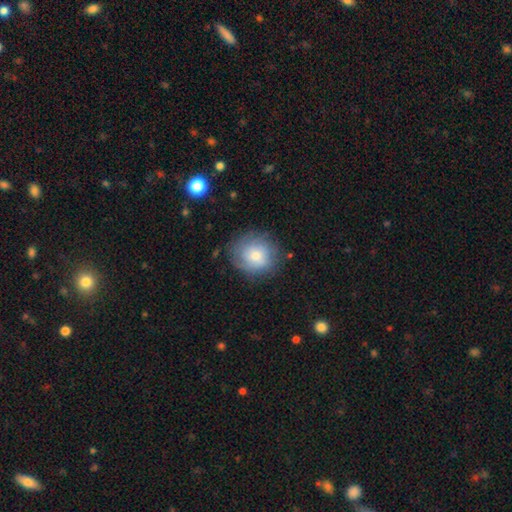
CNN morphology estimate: Smooth or featured?
  - smooth: 63% *
  - featured or disk: 28%
  - star or artifact: 9%
How rounded?
  - round: 83% *
  - in between: 16%
  - cigar-shaped: 1%
Merging?
  - none: 76% *
  - minor disturbance: 17%
  - major disturbance: 6%
  - merger: 1%